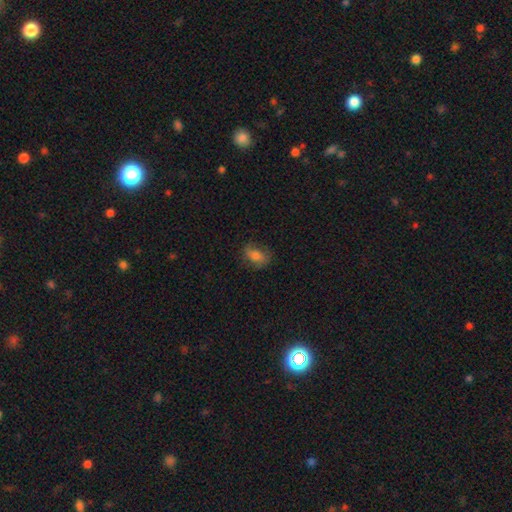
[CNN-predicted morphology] Smooth or featured: smooth — 69% (featured or disk — 21%)
How rounded: in between — 73% (round — 25%)
Merging: none — 68% (minor disturbance — 23%)